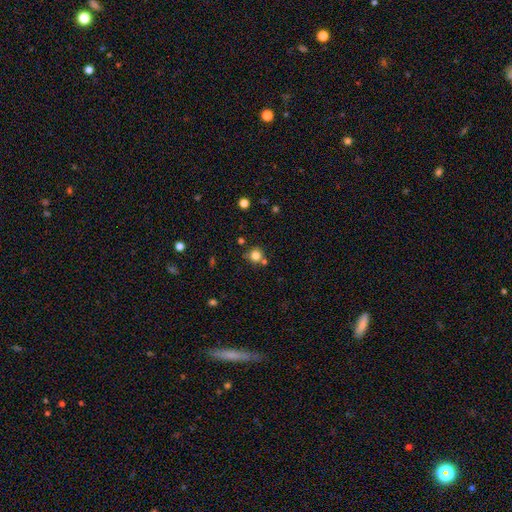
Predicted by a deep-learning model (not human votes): Smooth or featured? smooth (81%)
How rounded? round (91%)
Merging? none (69%)